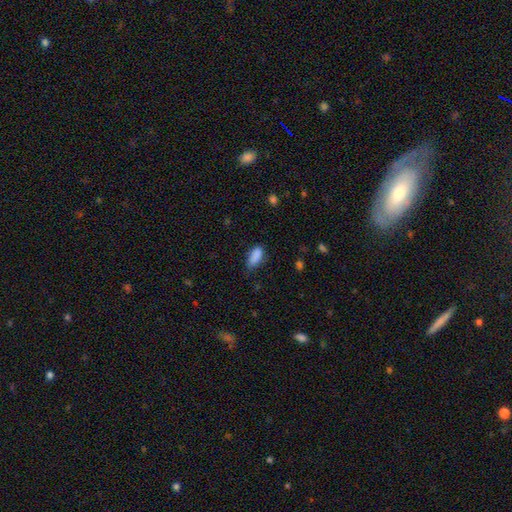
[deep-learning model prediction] The model was most divided on "merging": none: 60%, minor disturbance: 31%, major disturbance: 7%, merger: 2%. More confident: smooth or featured — smooth (87%); how rounded — in between (86%).